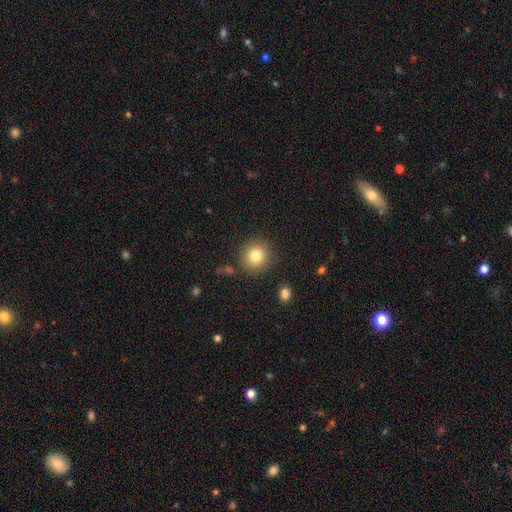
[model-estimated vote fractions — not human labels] smooth-or-featured: smooth: 82% | star or artifact: 10% | featured or disk: 8%
  how-rounded: round: 91% | in between: 8% | cigar-shaped: 1%
  merging: none: 85% | minor disturbance: 8% | merger: 3% | major disturbance: 3%